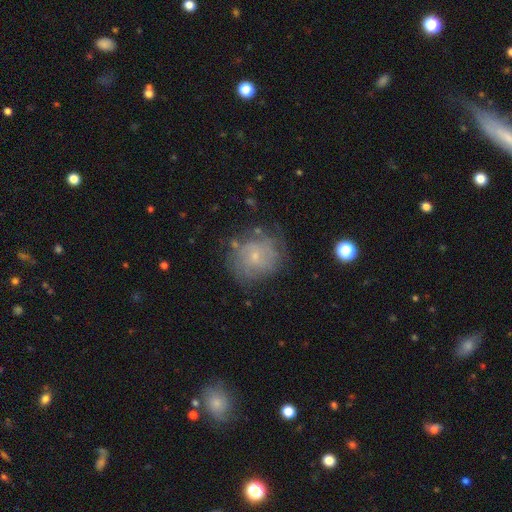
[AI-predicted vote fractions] Overall: featured or disk (56%; smooth 34%). Edge-on disk: no (97%). Bar: no (76%). Spiral arms: yes (73%). Bulge size: small (78%). Merging: none (66%).